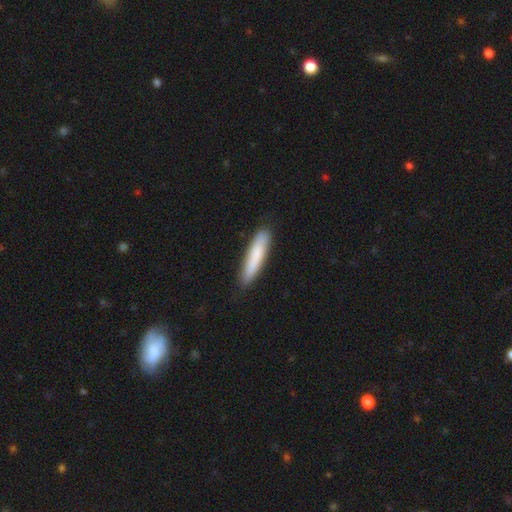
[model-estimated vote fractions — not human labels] This appears to be a smooth galaxy with no disk features (80%) that is cigar-shaped (87%). Merging: none (86%).